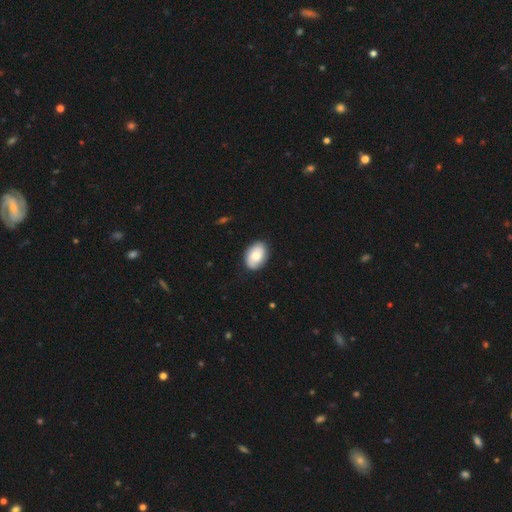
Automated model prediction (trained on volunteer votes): Smooth or featured? Predicted: smooth (p=0.68). How rounded? Predicted: in between (p=0.86). Merging? Predicted: none (p=0.86).